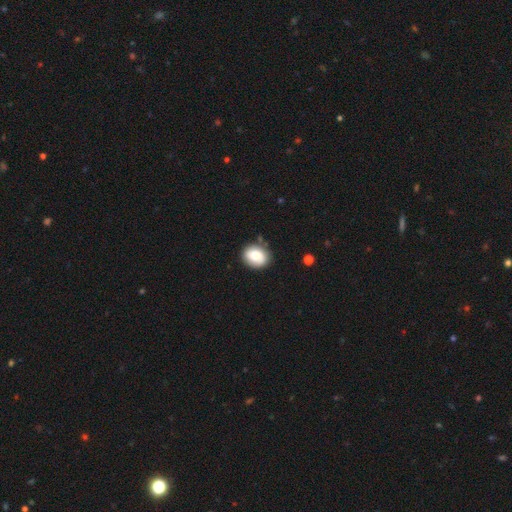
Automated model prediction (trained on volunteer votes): A smooth galaxy with no disk features (79%) that is round (53%). Merging: none (78%).